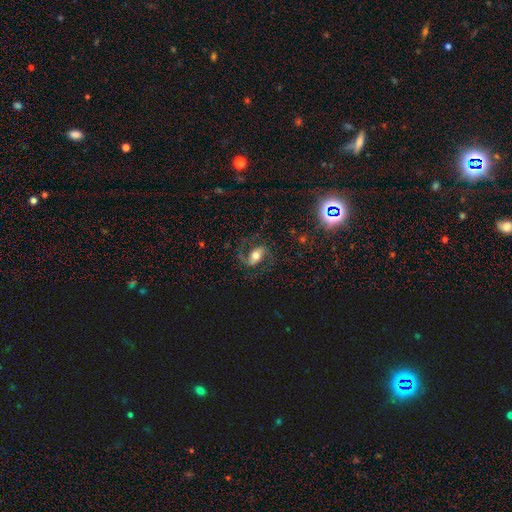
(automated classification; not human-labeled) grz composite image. It shows a featured or disk galaxy (69%) with a strong bar (37%), 2 (88%) medium (50%) spiral arms (90%) and a moderate central bulge (55%). Merging: none (68%).